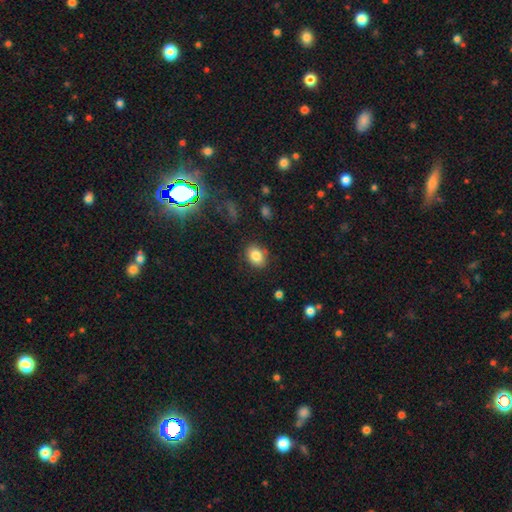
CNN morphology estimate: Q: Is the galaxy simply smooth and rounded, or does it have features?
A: smooth — 83%.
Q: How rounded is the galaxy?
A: in between — 59%.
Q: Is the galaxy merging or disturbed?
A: none — 82%.